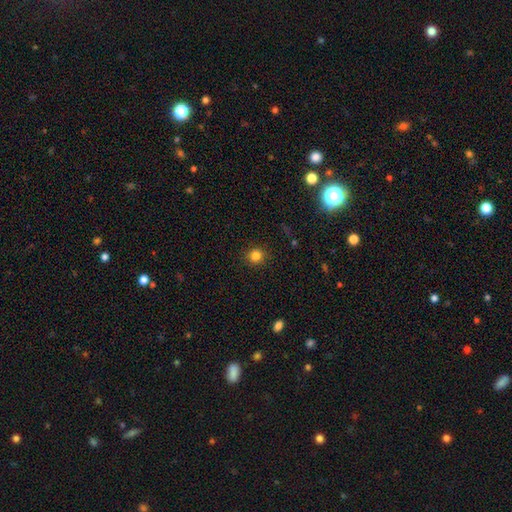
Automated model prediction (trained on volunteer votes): Q: Smooth or featured?
A: smooth (82%); runner-up: star or artifact (13%)
Q: How rounded?
A: round (92%); runner-up: in between (7%)
Q: Merging?
A: none (91%); runner-up: minor disturbance (6%)